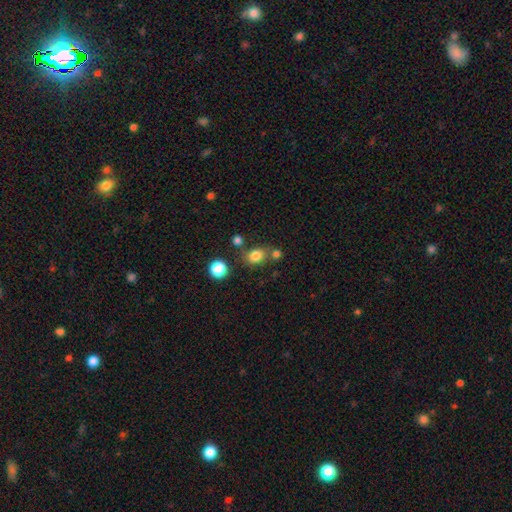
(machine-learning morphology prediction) smooth 81%, star or artifact 13%, featured or disk 7%. Down the decision tree: how rounded — in between (50%); merging — none (67%).